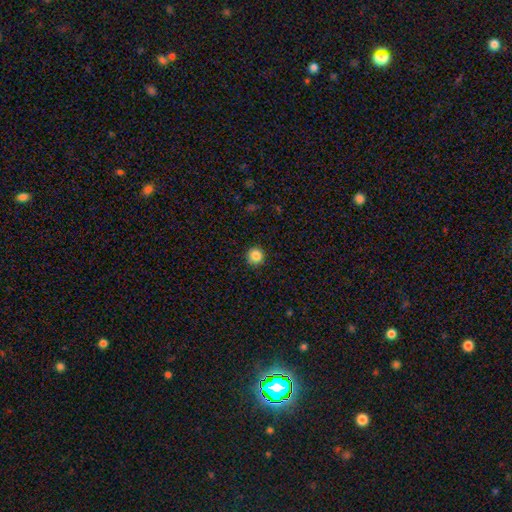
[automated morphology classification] Overall: smooth (86%). How rounded: round (94%). Merging: none (92%).